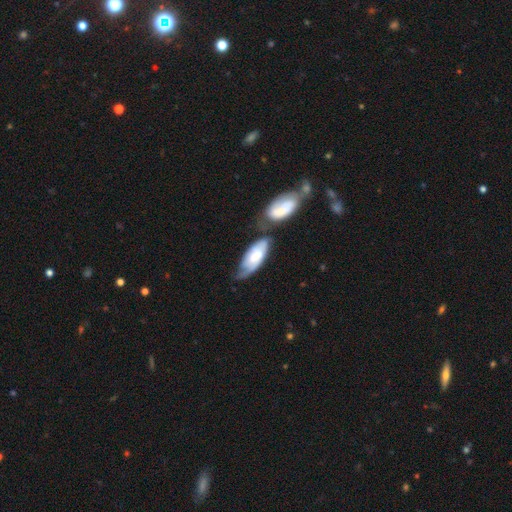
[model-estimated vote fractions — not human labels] The model was most divided on "merging": none: 35%, merger: 30%, minor disturbance: 23%, major disturbance: 12%. More confident: how rounded — in between (81%); smooth or featured — smooth (51%).